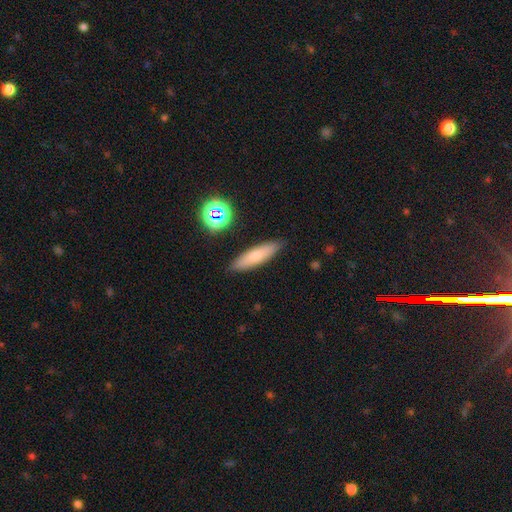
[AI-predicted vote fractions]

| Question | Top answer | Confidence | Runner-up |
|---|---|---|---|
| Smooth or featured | smooth | 73% | featured or disk (18%) |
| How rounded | cigar-shaped | 70% | in between (28%) |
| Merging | none | 88% | minor disturbance (9%) |